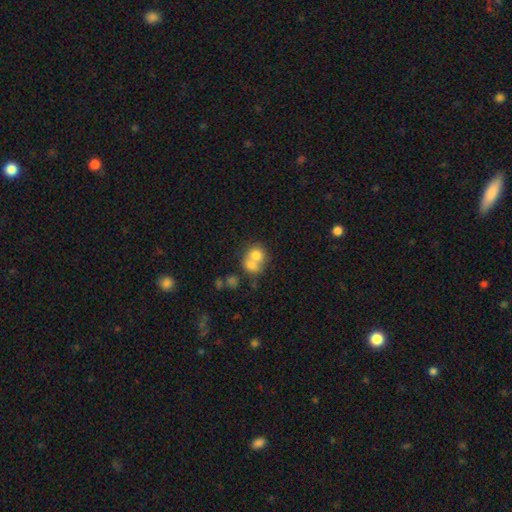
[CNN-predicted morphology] smooth 71%, featured or disk 20%, star or artifact 9%. Down the decision tree: how rounded — round (68%); merging — merger (66%).